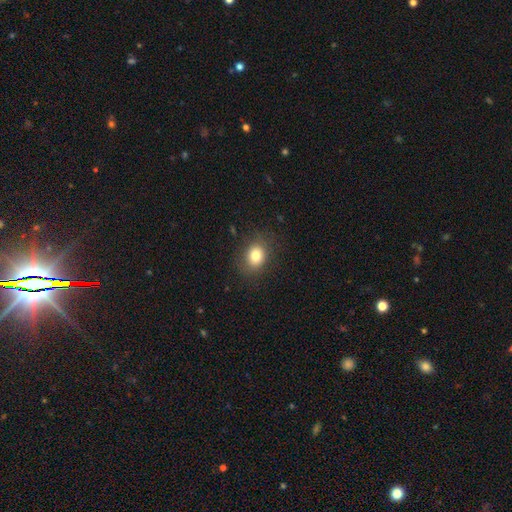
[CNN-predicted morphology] This is clearly a smooth galaxy (81%). How rounded: possibly round (50%). Merging: clearly none (84%).